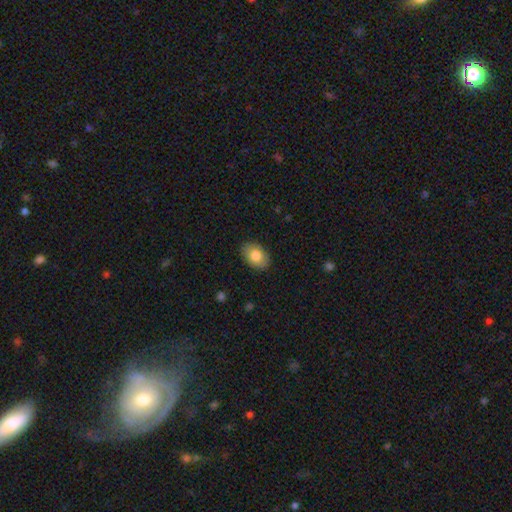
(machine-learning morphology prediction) Overall: smooth (80%). How rounded: in between (85%). Merging: none (86%).